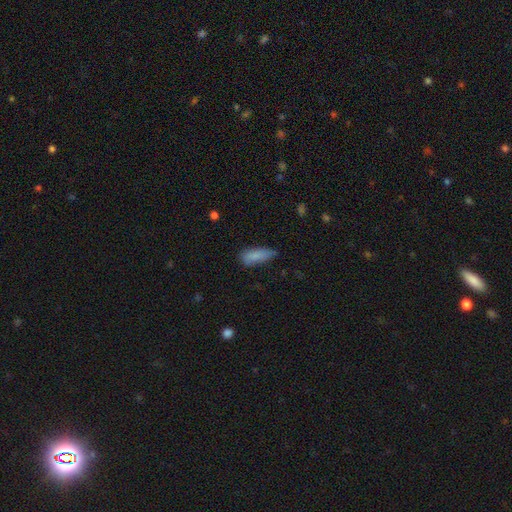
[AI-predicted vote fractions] Q: Smooth or featured?
A: smooth (83%); runner-up: featured or disk (9%)
Q: How rounded?
A: in between (69%); runner-up: cigar-shaped (28%)
Q: Merging?
A: none (50%); runner-up: minor disturbance (38%)